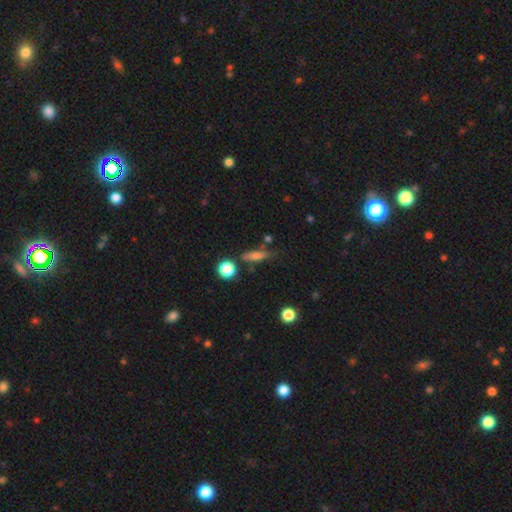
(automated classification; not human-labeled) Morphology: type=smooth (59%); roundness=cigar-shaped (67%); merging=none (72%).